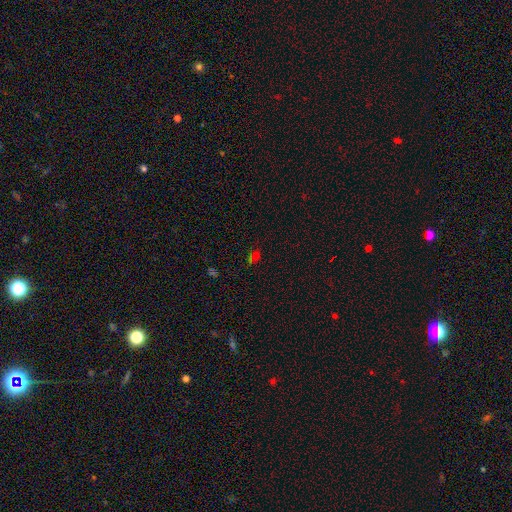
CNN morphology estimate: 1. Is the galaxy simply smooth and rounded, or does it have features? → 48% star or artifact, 41% smooth, 12% featured or disk.